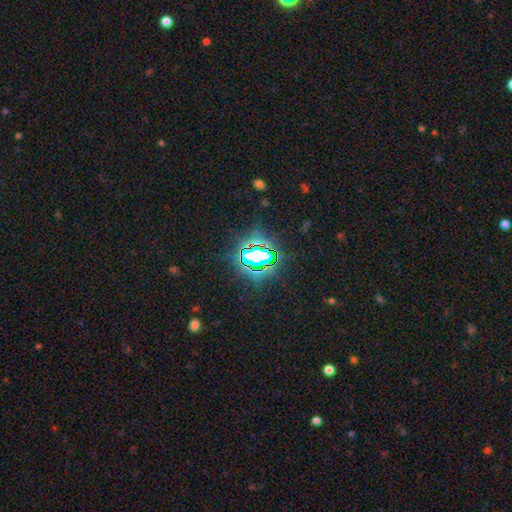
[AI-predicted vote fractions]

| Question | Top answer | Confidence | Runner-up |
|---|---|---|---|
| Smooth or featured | star or artifact | 78% | smooth (13%) |